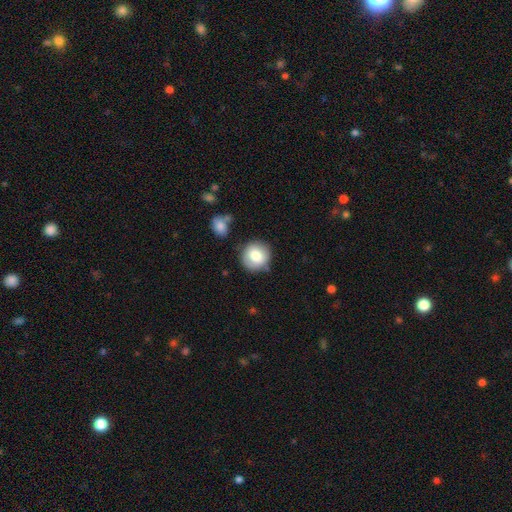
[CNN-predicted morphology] This is likely a smooth galaxy (79%). How rounded: clearly round (91%). Merging: likely none (80%).